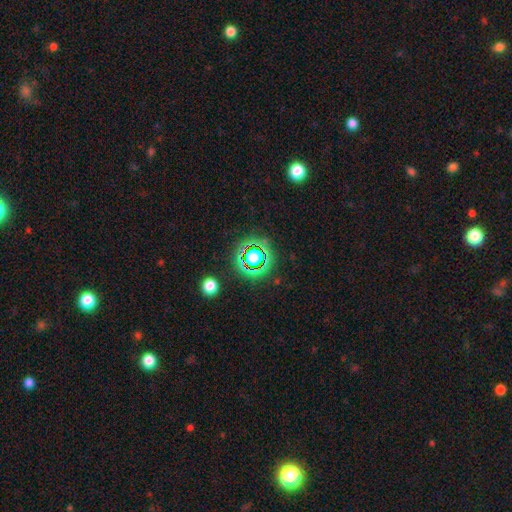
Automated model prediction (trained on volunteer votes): Q: Smooth or featured?
A: star or artifact (76%); runner-up: smooth (15%)